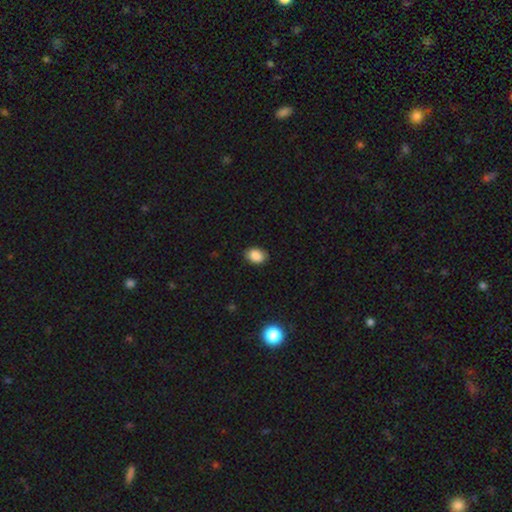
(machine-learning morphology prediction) A smooth galaxy with no disk features (88%) that is in between round and cigar-shaped (76%). Merging: none (87%).